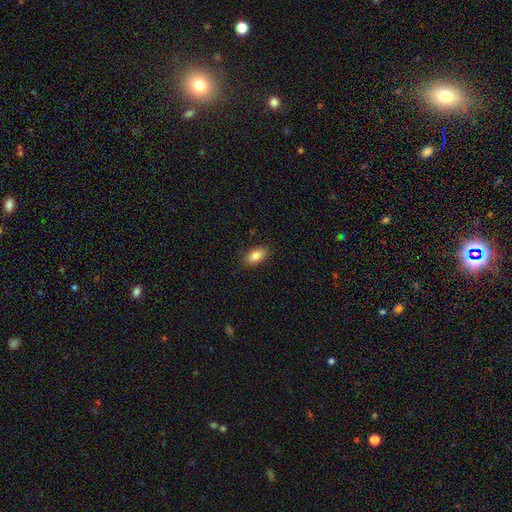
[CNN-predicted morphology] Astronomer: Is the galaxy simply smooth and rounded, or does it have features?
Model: smooth — 84%.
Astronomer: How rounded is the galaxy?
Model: in between — 90%.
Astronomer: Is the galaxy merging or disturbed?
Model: none — 86%.